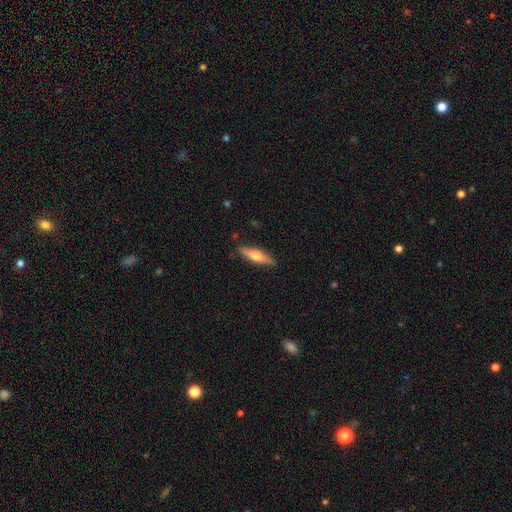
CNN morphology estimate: This appears to be a smooth galaxy with no disk features (53%) that is cigar-shaped (67%). Merging: none (86%).